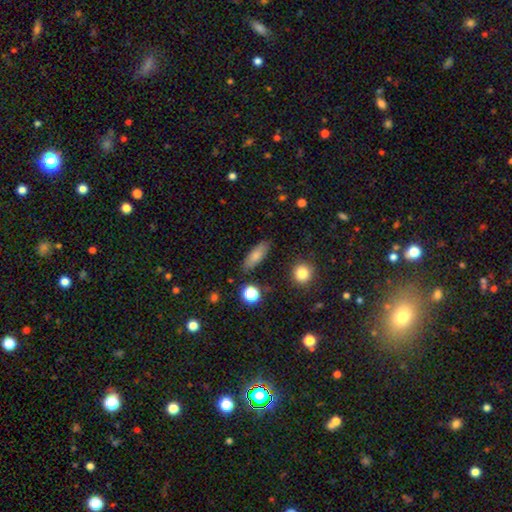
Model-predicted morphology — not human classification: type=smooth (77%); roundness=in between (69%); merging=none (84%).